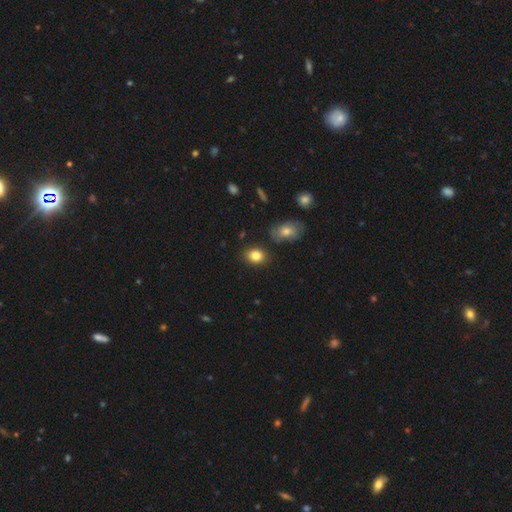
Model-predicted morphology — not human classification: Smooth or featured?
  - smooth: 84% *
  - star or artifact: 9%
  - featured or disk: 7%
How rounded?
  - in between: 63% *
  - round: 36%
  - cigar-shaped: 1%
Merging?
  - none: 84% *
  - minor disturbance: 10%
  - merger: 3%
  - major disturbance: 2%